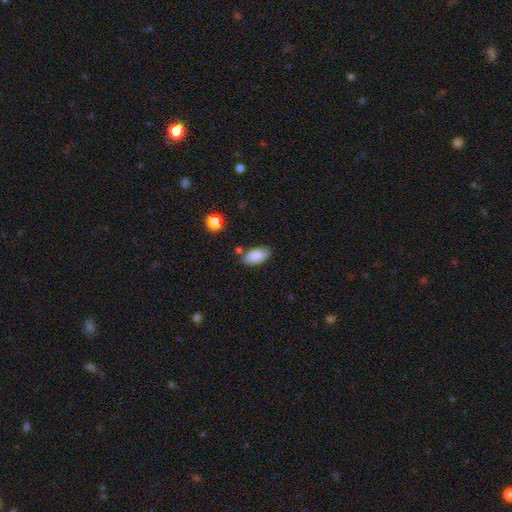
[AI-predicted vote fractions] Smooth or featured? smooth (85%)
How rounded? in between (93%)
Merging? none (74%)